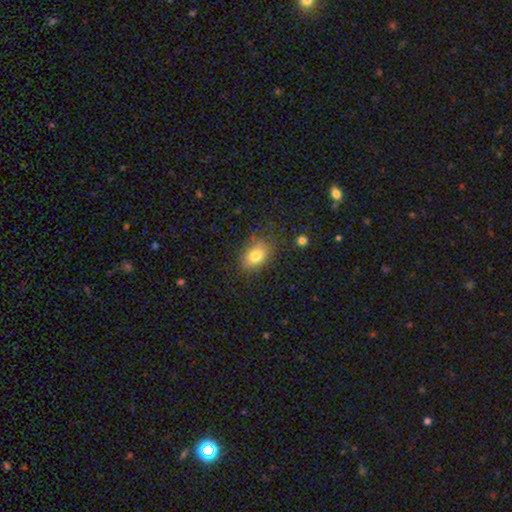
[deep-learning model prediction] Smooth or featured: smooth — 79% (featured or disk — 11%)
How rounded: in between — 76% (round — 23%)
Merging: none — 78% (minor disturbance — 16%)